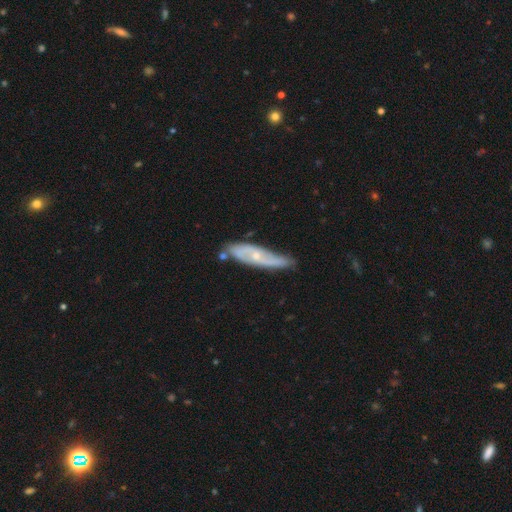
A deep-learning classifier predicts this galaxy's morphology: Smooth or featured: featured or disk — 68% (smooth — 25%)
Edge-on disk: no — 68% (yes — 32%)
Merging: none — 62% (minor disturbance — 27%)